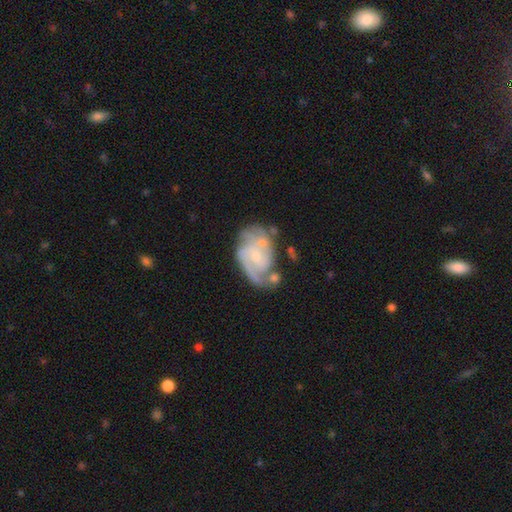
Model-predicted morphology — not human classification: type=featured or disk (84%); edge-on=no (98%); bar=no (59%); spiral arms=yes (94%); winding=medium (44%); arm count=2 (50%); bulge=small (67%); merging=none (51%).